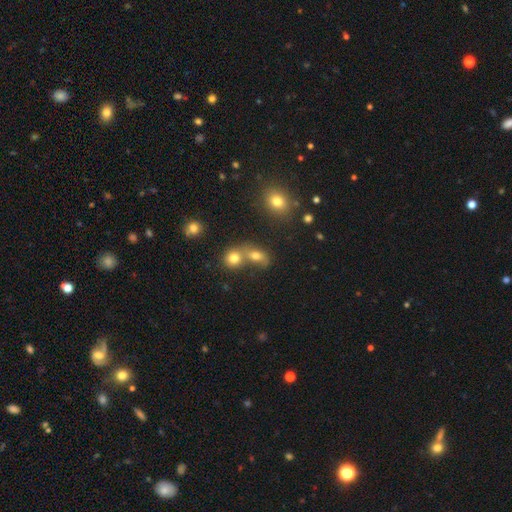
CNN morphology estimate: Q: Smooth or featured?
A: smooth (73%); runner-up: star or artifact (16%)
Q: How rounded?
A: in between (59%); runner-up: round (38%)
Q: Merging?
A: merger (52%); runner-up: none (34%)